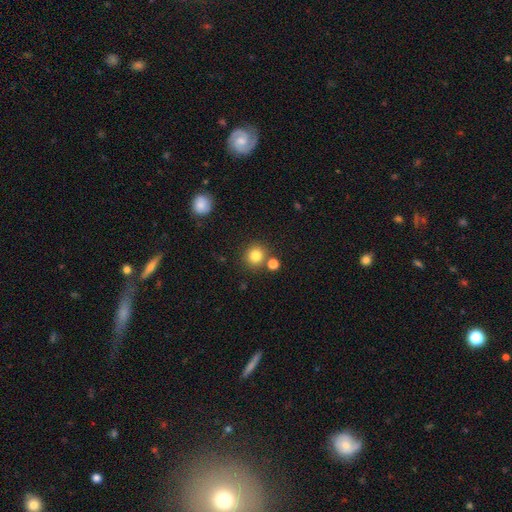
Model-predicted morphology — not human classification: smooth 81%, star or artifact 12%, featured or disk 6%. Down the decision tree: how rounded — round (91%); merging — none (78%).